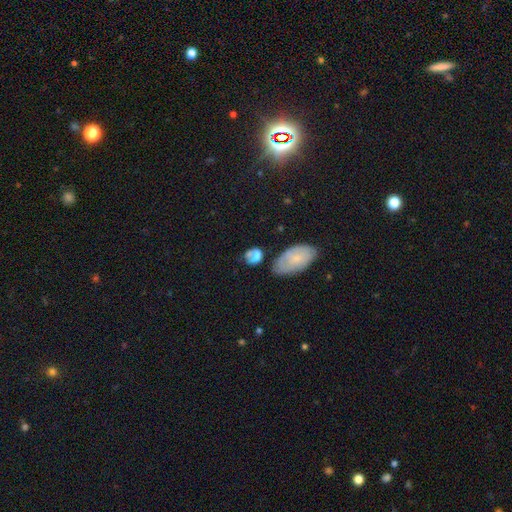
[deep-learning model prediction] Overall: smooth (65%). How rounded: in between (60%; round 38%). Merging: none (43%; minor disturbance 23%).